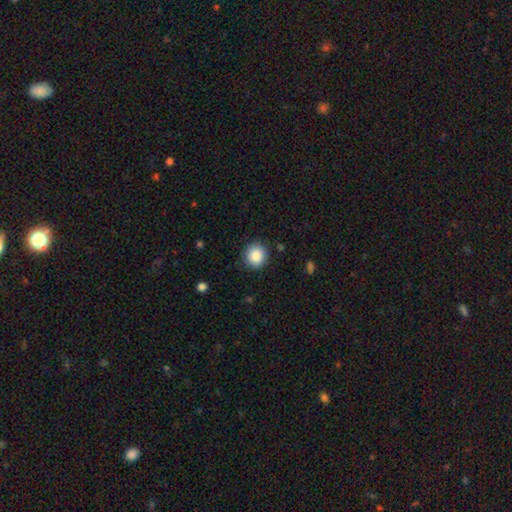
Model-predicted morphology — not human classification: This appears to be a smooth galaxy with no disk features (86%) that is round (86%). Merging: none (89%).